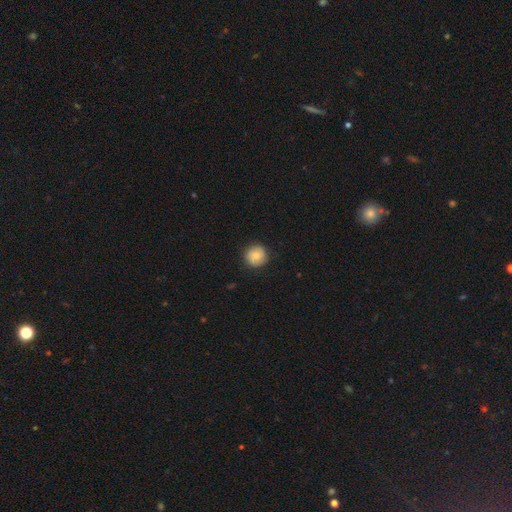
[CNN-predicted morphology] A smooth galaxy with no disk features (83%) that is round (93%). Merging: none (88%).